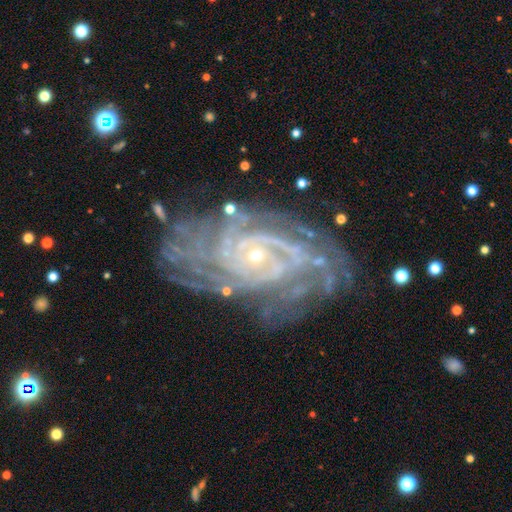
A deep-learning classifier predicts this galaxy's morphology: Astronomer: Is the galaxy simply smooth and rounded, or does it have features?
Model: featured or disk — 91%.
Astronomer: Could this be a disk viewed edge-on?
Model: no — 97%.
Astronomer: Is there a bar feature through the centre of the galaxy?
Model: no — 69%.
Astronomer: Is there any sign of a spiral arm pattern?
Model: yes — 98%.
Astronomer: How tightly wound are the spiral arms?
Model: tight — 77%.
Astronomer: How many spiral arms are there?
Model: more than 4 — 19%, tied with 4, can't tell and 2 at 19%.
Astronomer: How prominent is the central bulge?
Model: small — 81%.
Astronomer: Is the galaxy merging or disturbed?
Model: none — 70%.